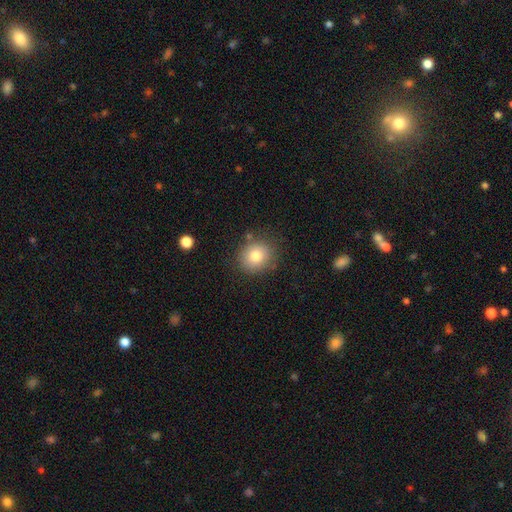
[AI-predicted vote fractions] This is likely a smooth galaxy (79%). How rounded: likely round (78%). Merging: clearly none (82%).